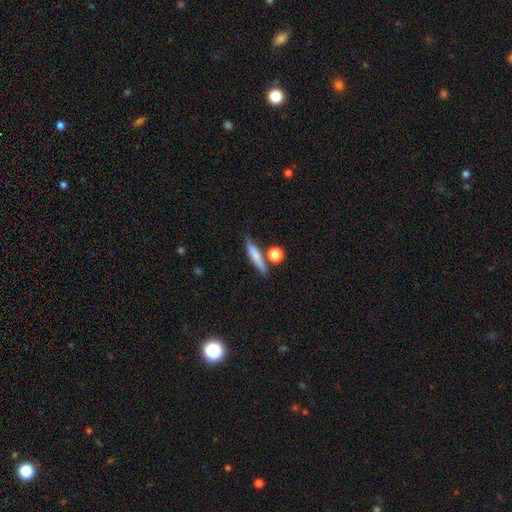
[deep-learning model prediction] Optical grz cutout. It shows a smooth galaxy with no disk features (72%) that is cigar-shaped (74%). Merging: none (70%).